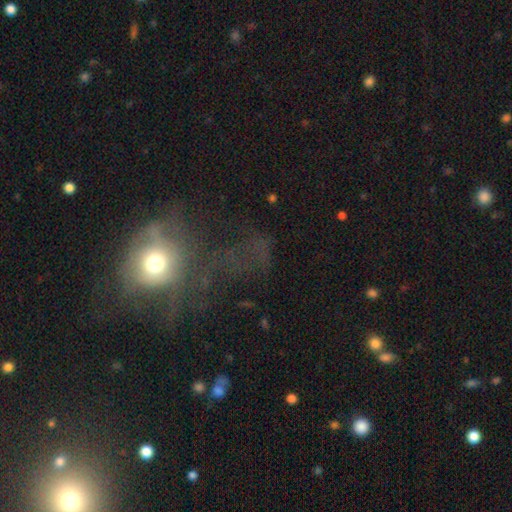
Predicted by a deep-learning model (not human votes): Overall: smooth (43%; star or artifact 32%). Merging: major disturbance (45%; none 34%).